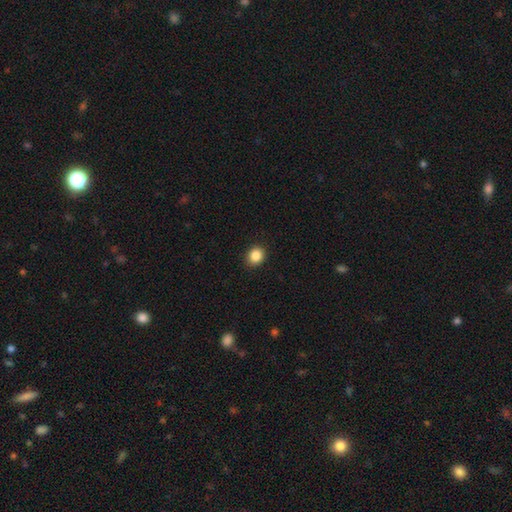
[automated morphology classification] This appears to be a smooth galaxy with no disk features (86%) that is round (73%). Merging: none (91%).